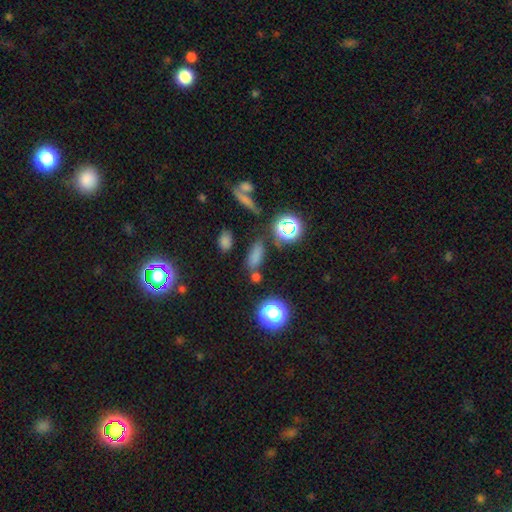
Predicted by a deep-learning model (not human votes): Smooth or featured? Predicted: smooth (p=0.68). How rounded? Predicted: in between (p=0.65). Merging? Predicted: none (p=0.69).